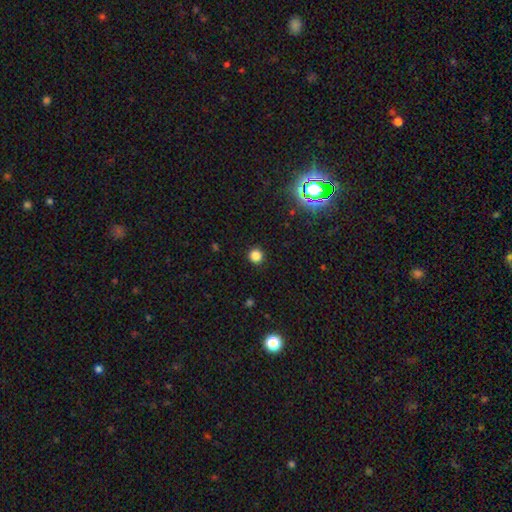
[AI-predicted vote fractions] smooth 83%, star or artifact 14%, featured or disk 3%. Down the decision tree: how rounded — round (95%); merging — none (92%).